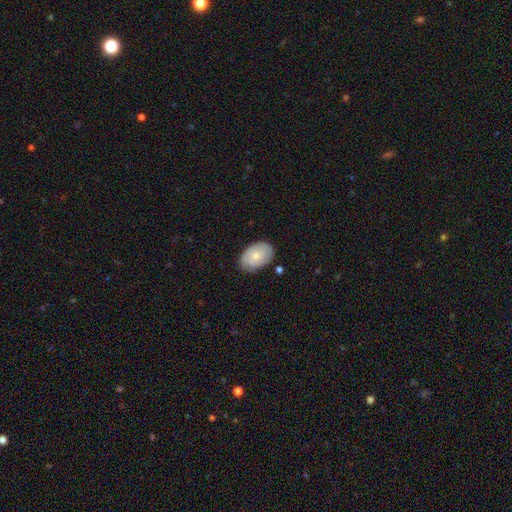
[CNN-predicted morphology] smooth_or_featured: smooth (p=0.66) [alt: featured or disk p=0.27]
how_rounded: in between (p=0.88) [alt: round p=0.11]
merging: none (p=0.75) [alt: minor disturbance p=0.19]